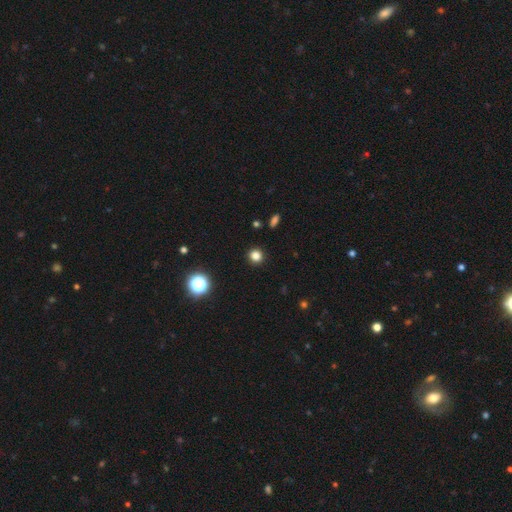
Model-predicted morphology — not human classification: This appears to be a smooth galaxy with no disk features (81%) that is round (92%). Merging: none (92%).